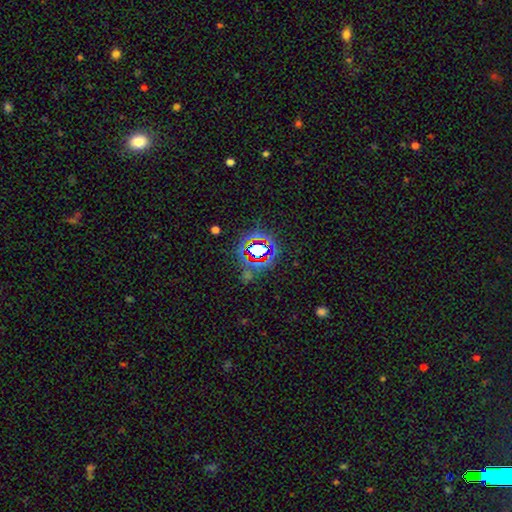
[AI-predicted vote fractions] smooth-or-featured: star or artifact: 66% | smooth: 22% | featured or disk: 12%